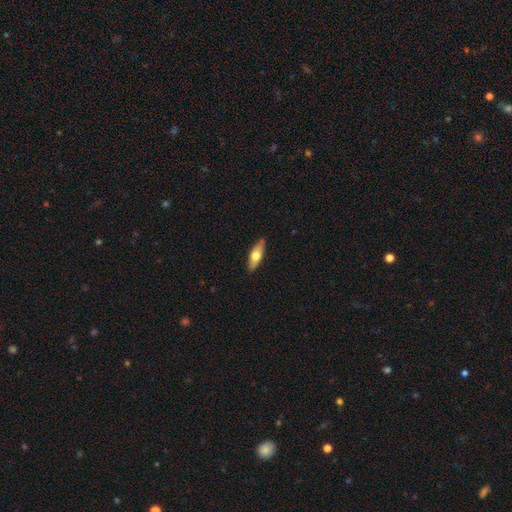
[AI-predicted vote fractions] A smooth galaxy with no disk features (56%) that is in between round and cigar-shaped (55%). Merging: none (87%).